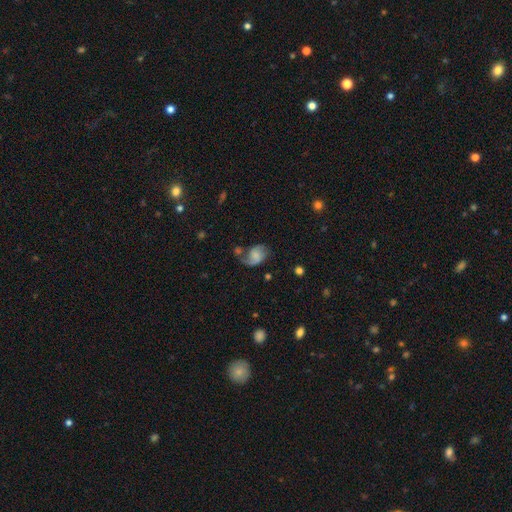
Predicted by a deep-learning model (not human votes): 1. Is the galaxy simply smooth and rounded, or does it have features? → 58% featured or disk, 33% smooth, 9% star or artifact.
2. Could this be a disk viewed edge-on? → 97% no, 3% yes.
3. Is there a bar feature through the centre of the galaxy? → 58% no, 35% weak, 7% strong.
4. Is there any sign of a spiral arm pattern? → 89% yes, 11% no.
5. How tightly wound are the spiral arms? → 47% loose, 39% medium, 14% tight.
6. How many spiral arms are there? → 74% 2, 18% 1, 6% can't tell, 1% 3, 1% 4, 1% more than 4.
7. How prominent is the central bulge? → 39% none, 25% small, 21% moderate, 12% large, 3% dominant.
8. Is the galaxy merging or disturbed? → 44% none, 25% minor disturbance, 19% major disturbance, 12% merger.